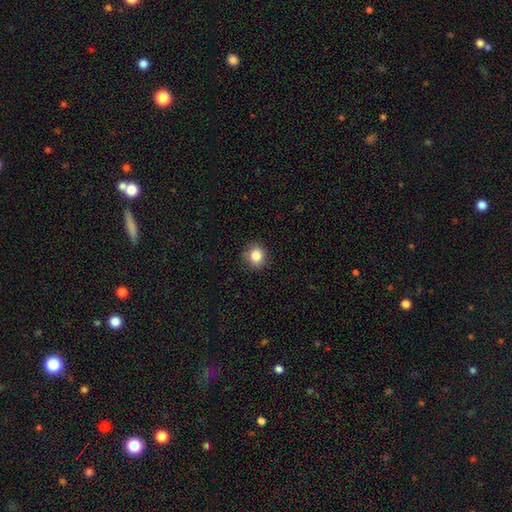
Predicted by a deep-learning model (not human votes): A smooth galaxy with no disk features (84%) that is round (76%).

Vote fractions:
- Smooth or featured? smooth: 84% / star or artifact: 11% / featured or disk: 6%
- How rounded? round: 76% / in between: 23% / cigar-shaped: 1%
- Merging? none: 88% / minor disturbance: 9% / major disturbance: 2% / merger: 1%